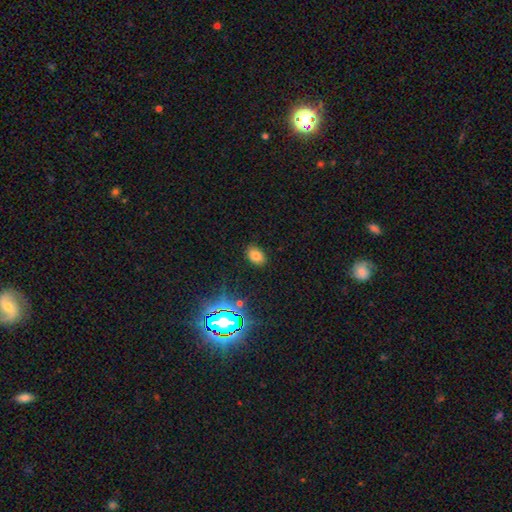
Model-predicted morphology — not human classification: A smooth galaxy with no disk features (74%) that is in between round and cigar-shaped (82%).

Vote fractions:
- Smooth or featured? smooth: 74% / star or artifact: 19% / featured or disk: 7%
- How rounded? in between: 82% / round: 16% / cigar-shaped: 1%
- Merging? none: 86% / minor disturbance: 10% / major disturbance: 3% / merger: 1%